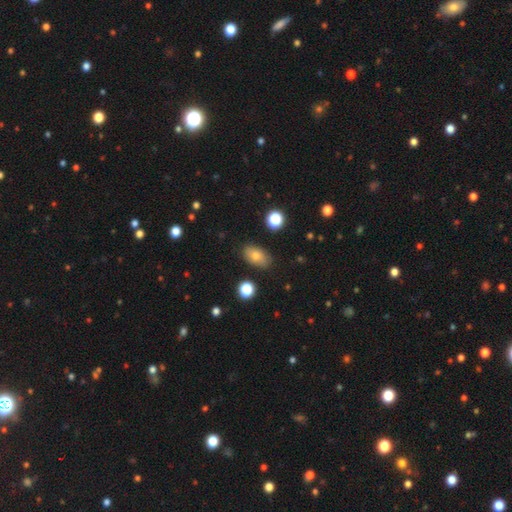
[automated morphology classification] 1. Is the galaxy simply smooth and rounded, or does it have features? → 75% smooth, 14% featured or disk, 11% star or artifact.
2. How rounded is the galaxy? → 88% in between, 9% round, 2% cigar-shaped.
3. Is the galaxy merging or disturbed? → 84% none, 11% minor disturbance, 3% major disturbance, 2% merger.